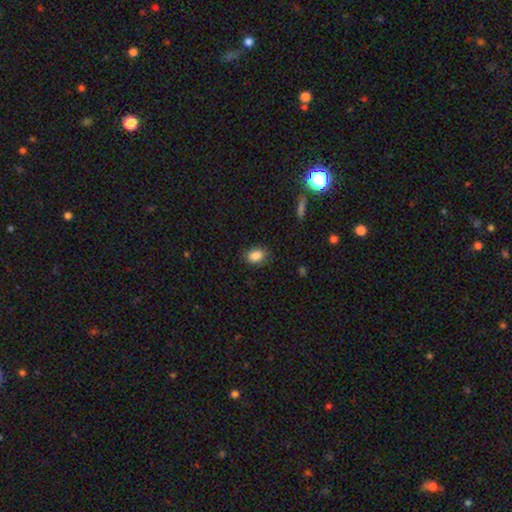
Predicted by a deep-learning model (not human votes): smooth_or_featured: smooth (p=0.87) [alt: star or artifact p=0.09]
how_rounded: in between (p=0.77) [alt: round p=0.21]
merging: none (p=0.82) [alt: minor disturbance p=0.14]